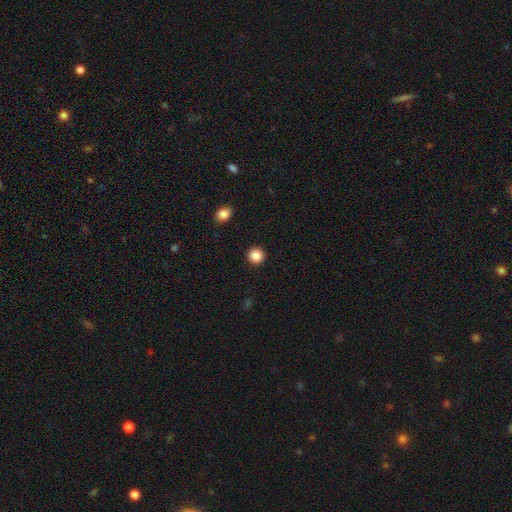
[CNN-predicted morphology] smooth_or_featured: smooth (p=0.87) [alt: star or artifact p=0.10]
how_rounded: round (p=0.95) [alt: in between p=0.04]
merging: none (p=0.93) [alt: minor disturbance p=0.04]